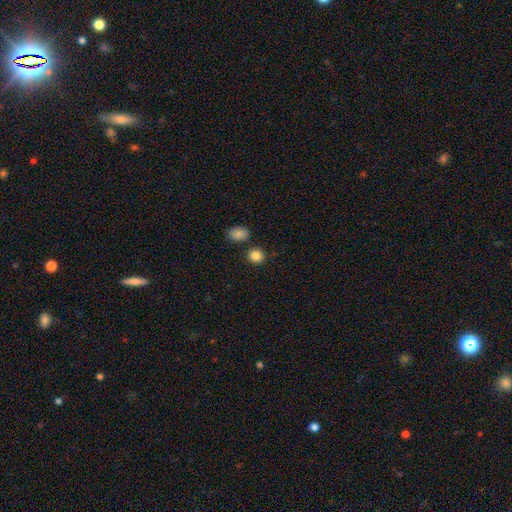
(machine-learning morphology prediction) smooth_or_featured: smooth (p=0.86) [alt: star or artifact p=0.10]
how_rounded: round (p=0.81) [alt: in between p=0.18]
merging: none (p=0.82) [alt: merger p=0.08]